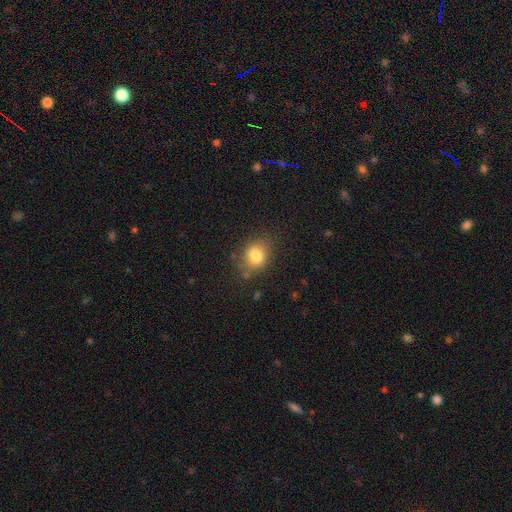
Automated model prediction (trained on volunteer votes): Overall: smooth (79%). How rounded: round (61%; in between 38%). Merging: none (77%).